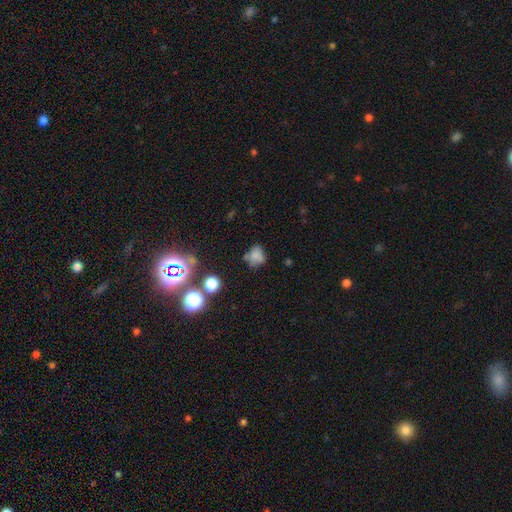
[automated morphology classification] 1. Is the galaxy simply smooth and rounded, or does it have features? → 66% smooth, 18% star or artifact, 16% featured or disk.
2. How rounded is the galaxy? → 52% round, 46% in between, 1% cigar-shaped.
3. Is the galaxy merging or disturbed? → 50% none, 25% minor disturbance, 14% merger, 11% major disturbance.